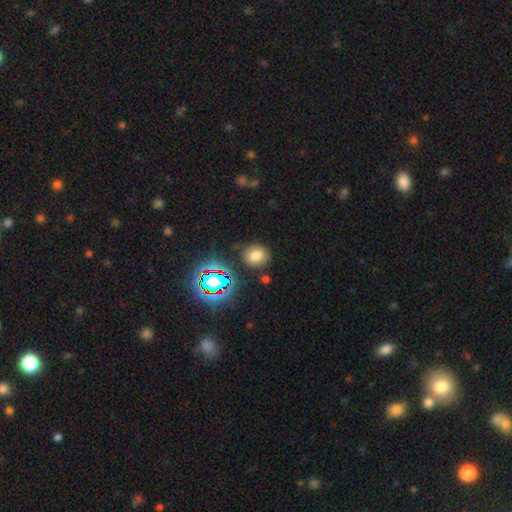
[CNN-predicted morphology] smooth-or-featured: smooth: 72% | star or artifact: 19% | featured or disk: 8%
  how-rounded: round: 73% | in between: 26% | cigar-shaped: 1%
  merging: none: 80% | minor disturbance: 12% | merger: 4% | major disturbance: 4%